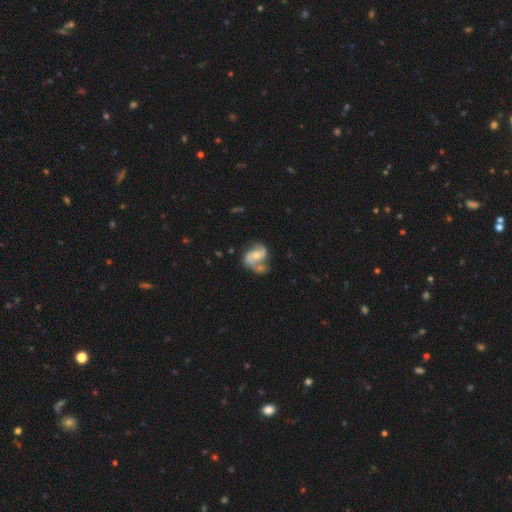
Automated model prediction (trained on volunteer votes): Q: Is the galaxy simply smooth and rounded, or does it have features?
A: featured or disk — 81%.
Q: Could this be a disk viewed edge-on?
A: no — 98%.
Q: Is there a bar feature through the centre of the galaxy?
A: no — 53%.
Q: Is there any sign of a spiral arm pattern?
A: yes — 94%.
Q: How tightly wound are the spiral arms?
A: medium — 50%.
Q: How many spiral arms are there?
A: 2 — 88%.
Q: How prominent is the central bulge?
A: moderate — 52%.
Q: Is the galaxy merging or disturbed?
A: none — 44%.